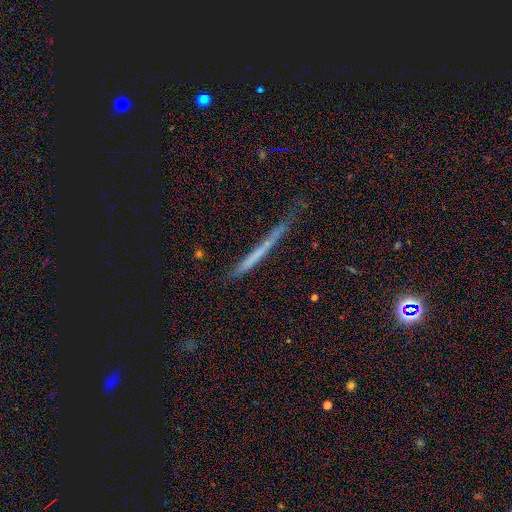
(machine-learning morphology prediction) type=smooth (47%); merging=none (68%).